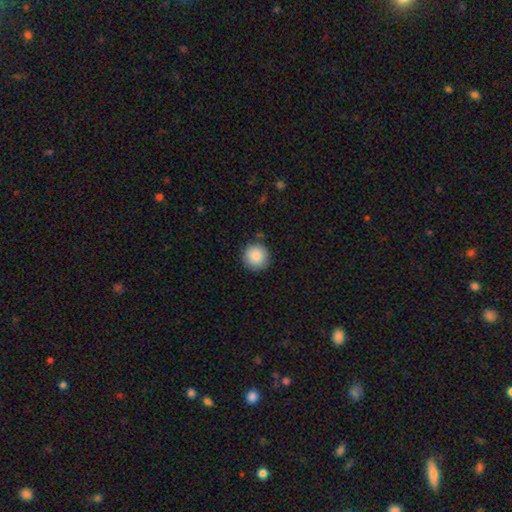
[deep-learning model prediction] Q: Smooth or featured?
A: smooth (88%); runner-up: star or artifact (8%)
Q: How rounded?
A: round (95%); runner-up: in between (4%)
Q: Merging?
A: none (89%); runner-up: minor disturbance (8%)